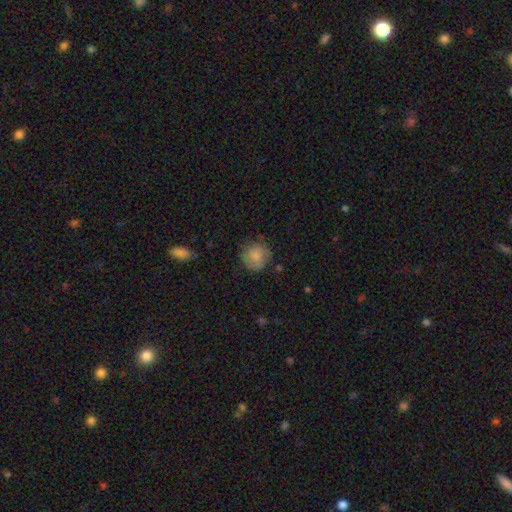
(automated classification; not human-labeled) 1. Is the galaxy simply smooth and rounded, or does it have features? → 78% smooth, 14% featured or disk, 8% star or artifact.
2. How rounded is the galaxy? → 89% round, 10% in between, 1% cigar-shaped.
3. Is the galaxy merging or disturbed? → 74% none, 19% minor disturbance, 6% major disturbance, 2% merger.